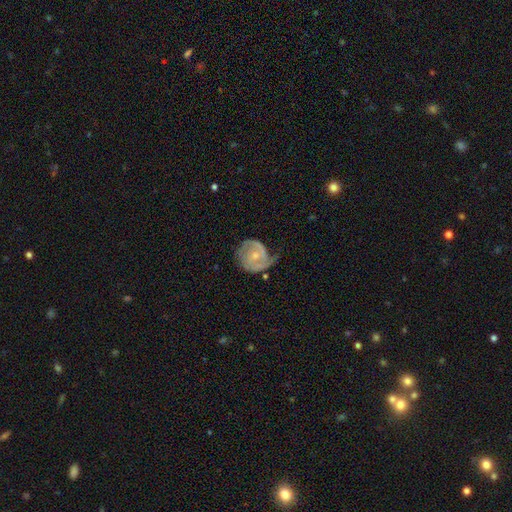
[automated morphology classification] Smooth or featured? featured or disk (79%)
Edge-on disk? no (98%)
Bar? no (67%)
Spiral arms? yes (93%)
Spiral winding? tight (48%)
Spiral arm count? 2 (63%)
Bulge size? small (54%)
Merging? none (51%)